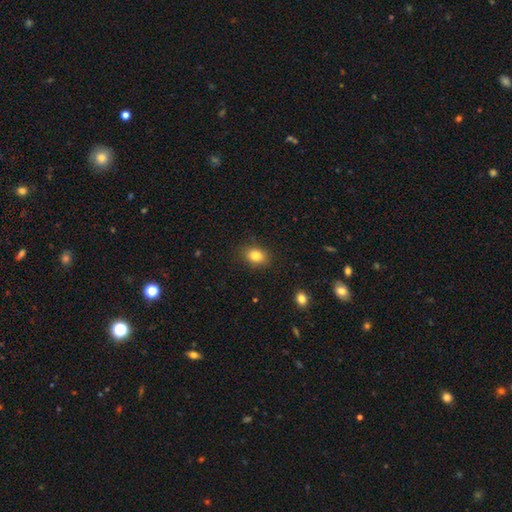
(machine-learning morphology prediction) The model was most divided on "how rounded": in between: 63%, round: 36%, cigar-shaped: 1%. More confident: merging — none (86%); smooth or featured — smooth (83%).